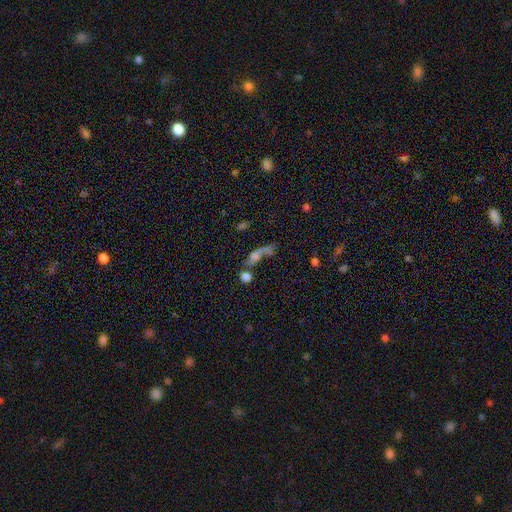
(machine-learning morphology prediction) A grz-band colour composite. It shows a smooth galaxy with no disk features (42%). Merging: merger (36%, tied with none).